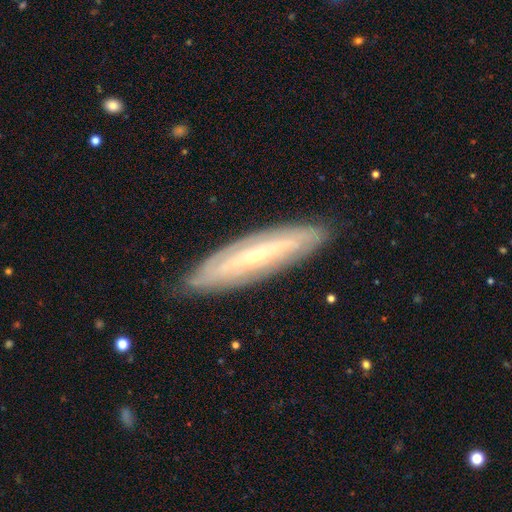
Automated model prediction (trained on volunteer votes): Overall: featured or disk (75%). Edge-on disk: no (59%; yes 41%). Merging: none (84%).